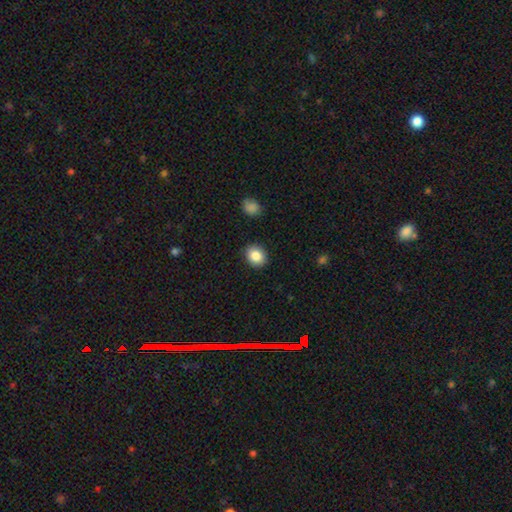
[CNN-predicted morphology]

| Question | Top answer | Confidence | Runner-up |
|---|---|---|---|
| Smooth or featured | smooth | 86% | star or artifact (9%) |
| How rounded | round | 60% | in between (39%) |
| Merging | none | 89% | minor disturbance (7%) |